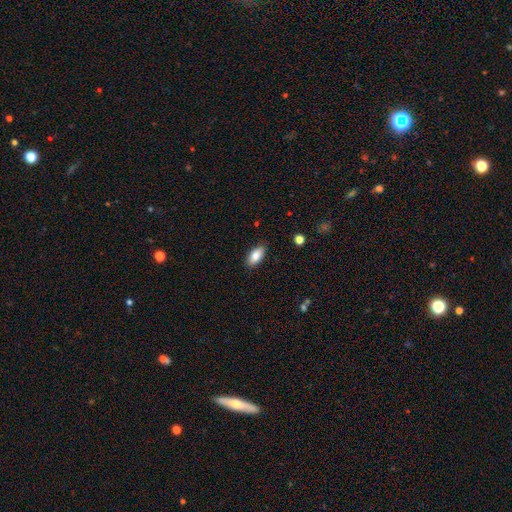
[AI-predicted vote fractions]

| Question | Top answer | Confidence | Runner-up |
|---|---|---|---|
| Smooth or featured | smooth | 85% | featured or disk (8%) |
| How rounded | in between | 89% | cigar-shaped (8%) |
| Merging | none | 86% | minor disturbance (11%) |